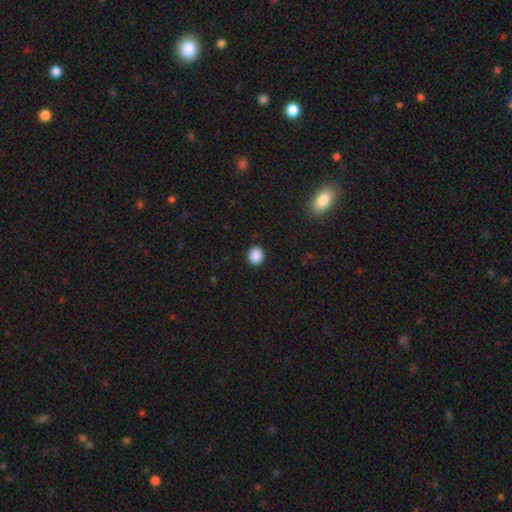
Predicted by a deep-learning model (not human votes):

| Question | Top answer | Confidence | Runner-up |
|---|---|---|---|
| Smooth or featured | smooth | 88% | star or artifact (9%) |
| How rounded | round | 74% | in between (25%) |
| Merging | none | 91% | minor disturbance (6%) |